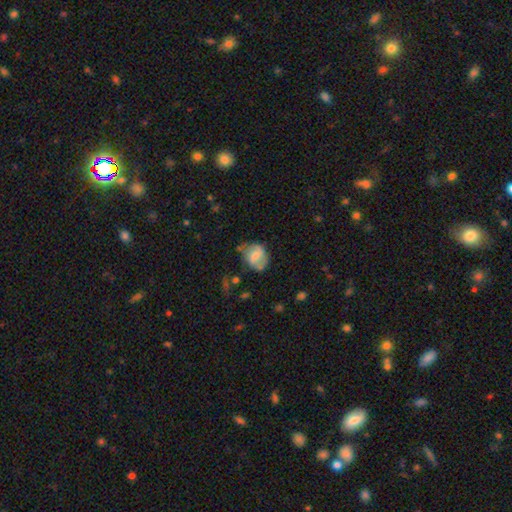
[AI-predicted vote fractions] A smooth galaxy with no disk features (47%).

Vote fractions:
- Smooth or featured? smooth: 47% / featured or disk: 45% / star or artifact: 8%
- Merging? none: 56% / minor disturbance: 28% / major disturbance: 11% / merger: 4%